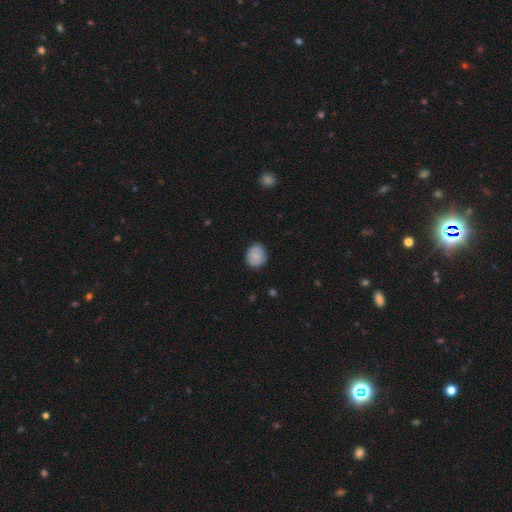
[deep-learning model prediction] Smooth or featured: smooth — 78% (featured or disk — 14%)
How rounded: round — 72% (in between — 27%)
Merging: none — 79% (minor disturbance — 16%)